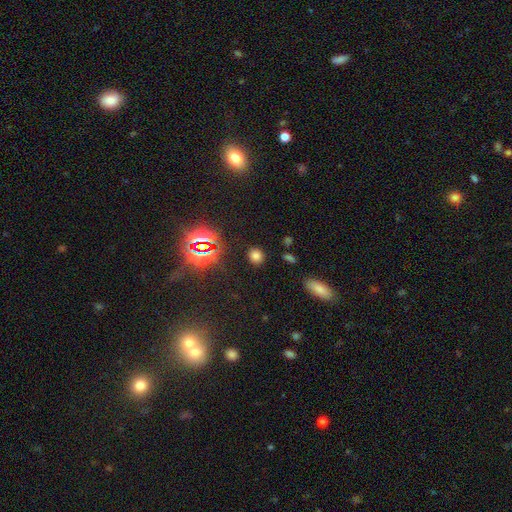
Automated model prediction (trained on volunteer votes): Smooth or featured? smooth (70%)
How rounded? round (72%)
Merging? none (87%)